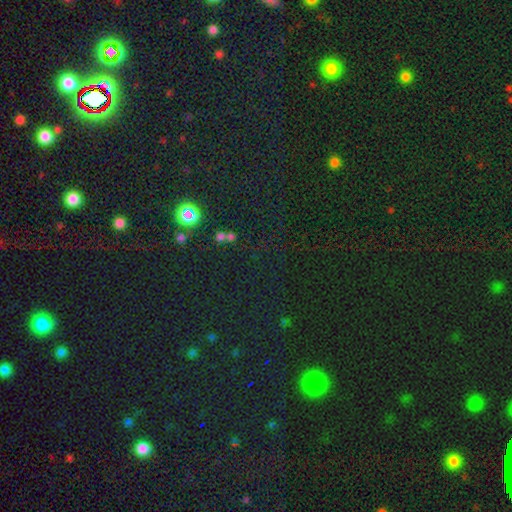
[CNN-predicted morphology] type=star or artifact (75%).